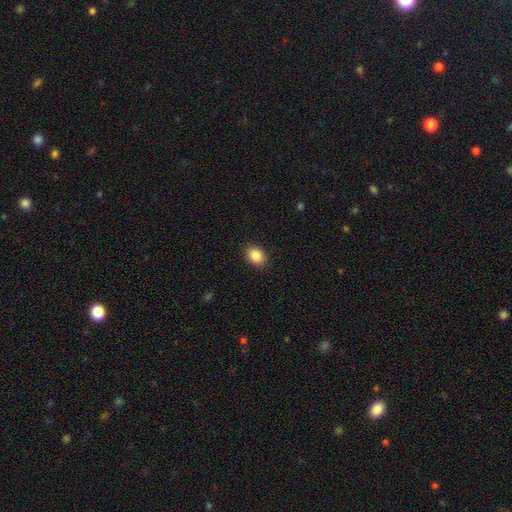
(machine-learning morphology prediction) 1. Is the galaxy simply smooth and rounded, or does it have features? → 87% smooth, 8% star or artifact, 4% featured or disk.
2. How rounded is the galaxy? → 66% in between, 33% round, 1% cigar-shaped.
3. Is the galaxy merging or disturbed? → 89% none, 8% minor disturbance, 2% major disturbance, 1% merger.